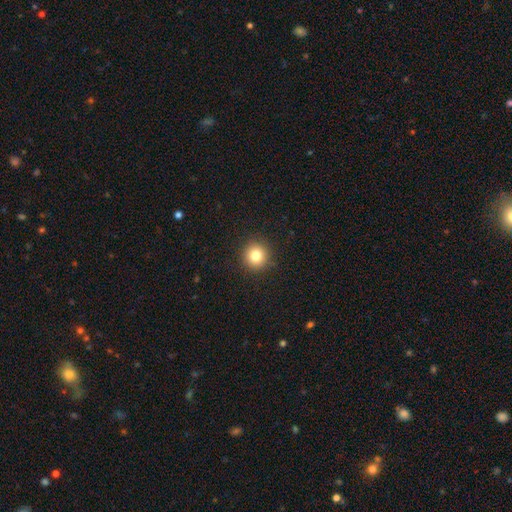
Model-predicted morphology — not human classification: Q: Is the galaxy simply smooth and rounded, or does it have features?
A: smooth — 82%.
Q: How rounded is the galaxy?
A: round — 94%.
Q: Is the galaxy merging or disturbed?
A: none — 92%.